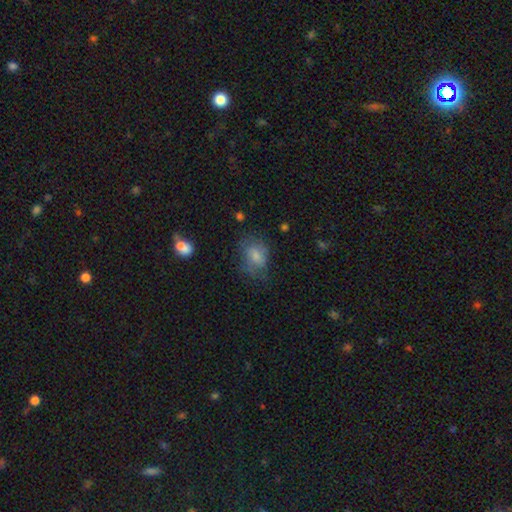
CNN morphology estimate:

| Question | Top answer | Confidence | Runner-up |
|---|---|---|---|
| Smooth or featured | smooth | 68% | featured or disk (22%) |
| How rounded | in between | 71% | round (28%) |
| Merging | none | 50% | minor disturbance (29%) |